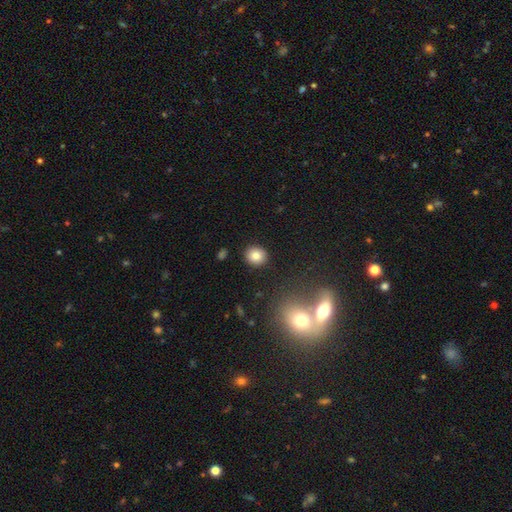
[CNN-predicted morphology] smooth-or-featured: smooth: 83% | star or artifact: 11% | featured or disk: 7%
  how-rounded: round: 83% | in between: 16% | cigar-shaped: 1%
  merging: none: 90% | minor disturbance: 6% | major disturbance: 2% | merger: 2%